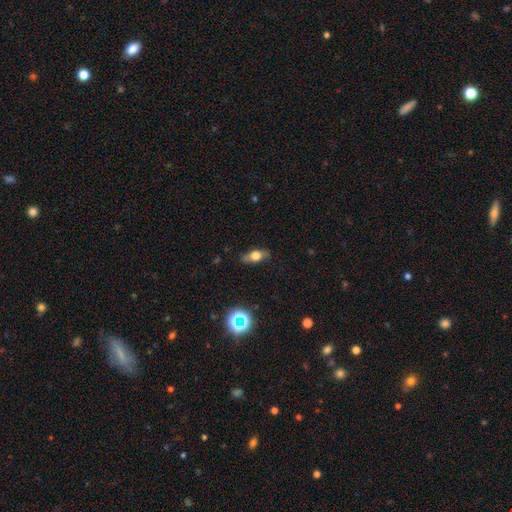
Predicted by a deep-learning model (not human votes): Smooth or featured?
  - smooth: 59% *
  - featured or disk: 31%
  - star or artifact: 11%
How rounded?
  - in between: 68% *
  - cigar-shaped: 23%
  - round: 9%
Merging?
  - none: 84% *
  - minor disturbance: 12%
  - major disturbance: 3%
  - merger: 1%